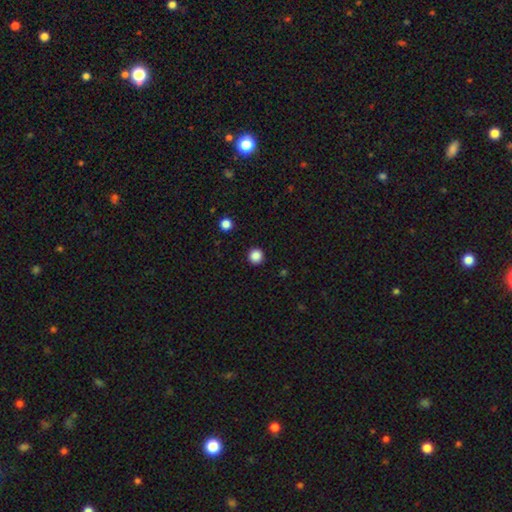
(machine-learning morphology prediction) type=smooth (86%); roundness=round (95%); merging=none (93%).